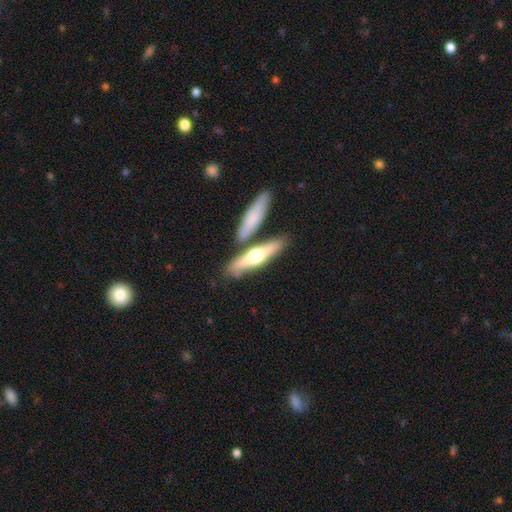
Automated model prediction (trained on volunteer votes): This appears to be a featured or disk galaxy (49%). Merging: none (69%).